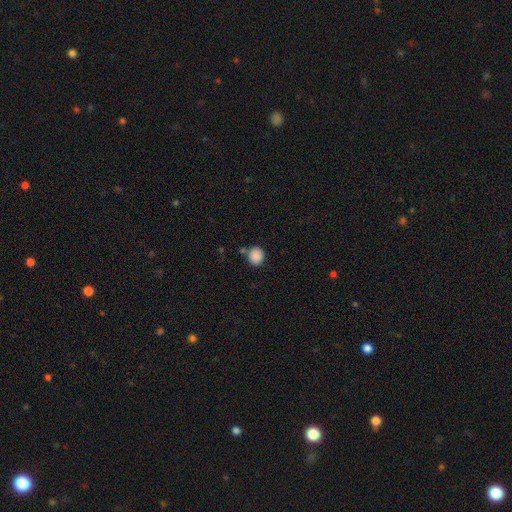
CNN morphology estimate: Smooth or featured? Predicted: smooth (p=0.88). How rounded? Predicted: round (p=0.78). Merging? Predicted: none (p=0.74).